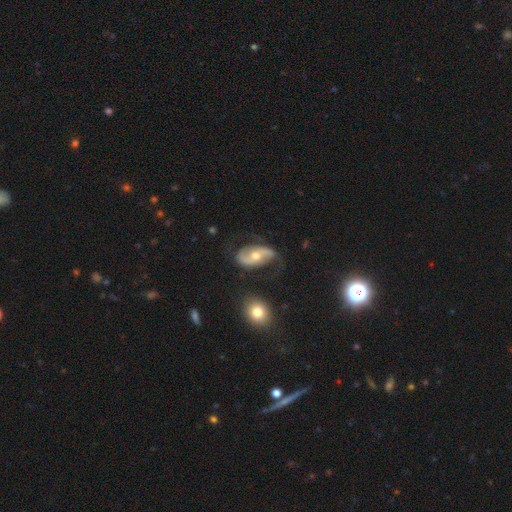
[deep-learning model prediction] Smooth or featured?
  - featured or disk: 79% *
  - smooth: 14%
  - star or artifact: 7%
Edge-on disk?
  - no: 95% *
  - yes: 5%
Bar?
  - no: 53% *
  - weak: 30%
  - strong: 17%
Spiral arms?
  - yes: 90% *
  - no: 10%
Spiral winding?
  - loose: 57% *
  - medium: 31%
  - tight: 12%
Spiral arm count?
  - 2: 89% *
  - can't tell: 5%
  - 1: 3%
  - 3: 1%
  - 4: 1%
  - more than 4: 1%
Bulge size?
  - moderate: 62% *
  - small: 33%
  - large: 3%
  - none: 1%
  - dominant: 1%
Merging?
  - none: 65% *
  - minor disturbance: 22%
  - major disturbance: 11%
  - merger: 2%